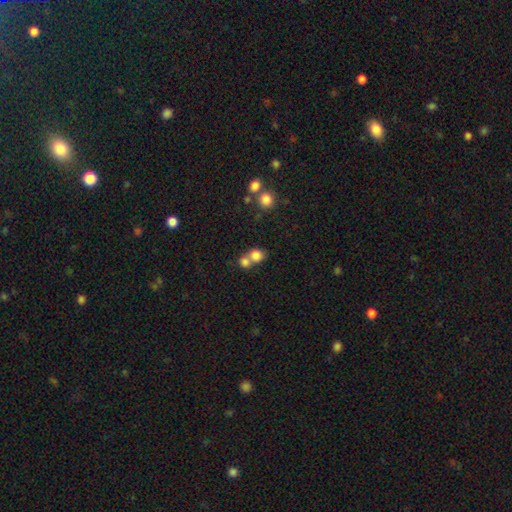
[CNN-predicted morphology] The model was most divided on "merging": merger: 54%, none: 35%, minor disturbance: 7%, major disturbance: 4%. More confident: smooth or featured — smooth (79%); how rounded — round (71%).